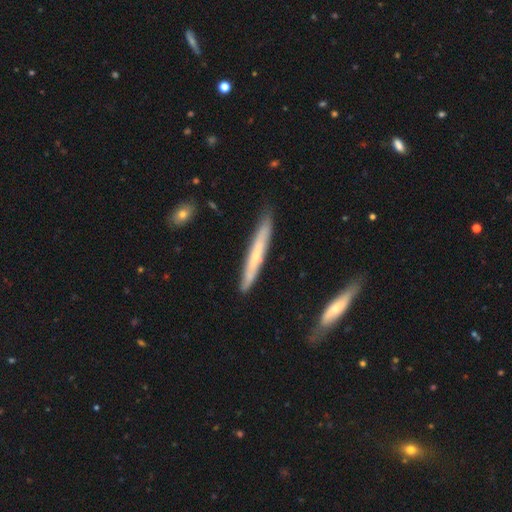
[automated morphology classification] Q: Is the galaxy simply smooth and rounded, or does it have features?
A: featured or disk — 48%.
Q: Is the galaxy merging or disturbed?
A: none — 85%.